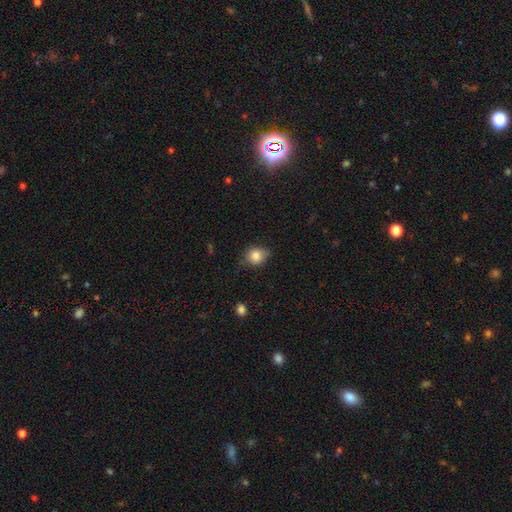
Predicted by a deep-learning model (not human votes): This appears to be a smooth galaxy with no disk features (80%) that is round (63%). Merging: none (62%).